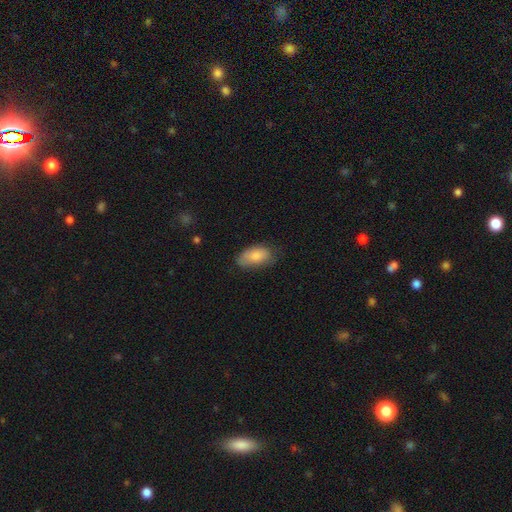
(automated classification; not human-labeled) This appears to be a smooth galaxy with no disk features (82%) that is in between round and cigar-shaped (93%). Merging: none (63%).